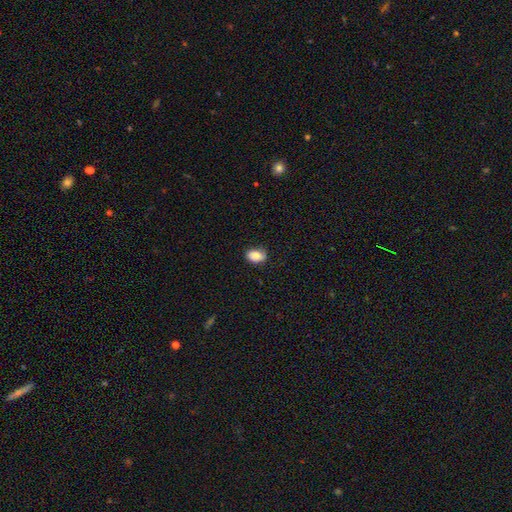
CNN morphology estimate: Overall: smooth (86%). How rounded: in between (81%). Merging: none (78%).